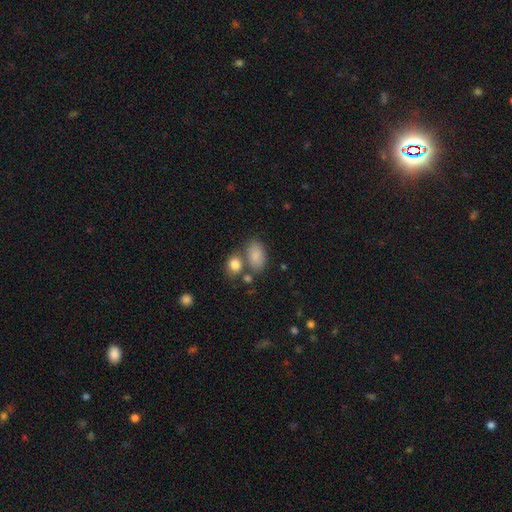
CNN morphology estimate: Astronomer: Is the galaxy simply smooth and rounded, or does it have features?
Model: smooth — 84%.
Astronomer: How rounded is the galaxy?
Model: in between — 86%.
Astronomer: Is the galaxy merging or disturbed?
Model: none — 57%.